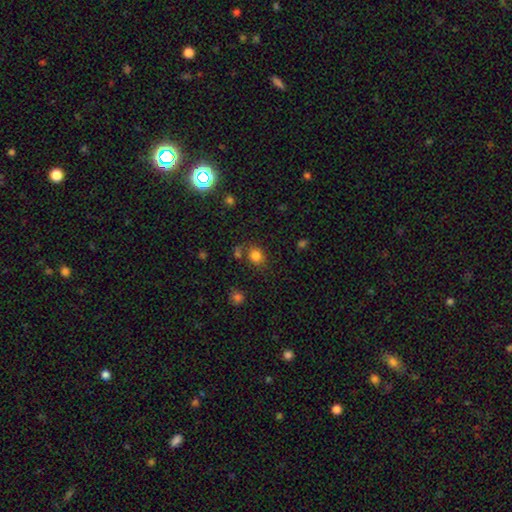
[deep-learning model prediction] Q: Smooth or featured?
A: smooth (81%); runner-up: star or artifact (13%)
Q: How rounded?
A: round (66%); runner-up: in between (33%)
Q: Merging?
A: none (69%); runner-up: minor disturbance (15%)